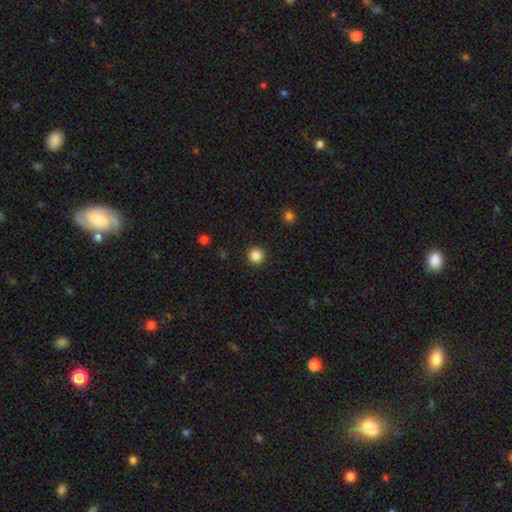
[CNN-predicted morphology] Smooth or featured? Predicted: smooth (p=0.86). How rounded? Predicted: round (p=0.96). Merging? Predicted: none (p=0.93).